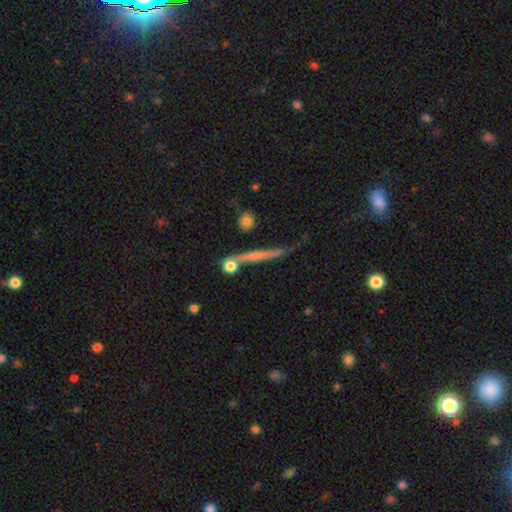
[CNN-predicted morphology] The model was most divided on "smooth or featured": featured or disk: 52%, smooth: 38%, star or artifact: 10%. More confident: edge-on disk — yes (89%); merging — none (66%).